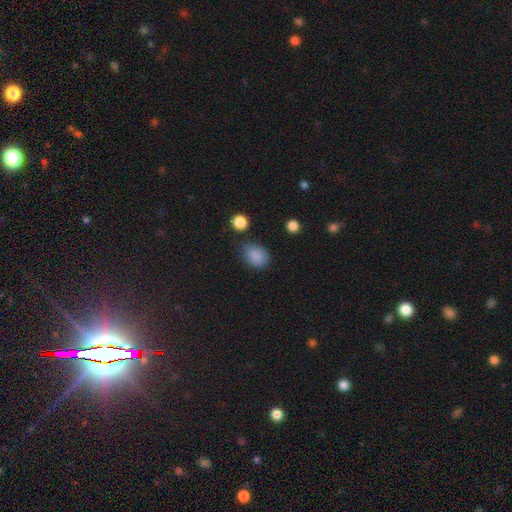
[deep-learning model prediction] Morphology: type=smooth (86%); roundness=in between (64%); merging=none (71%).